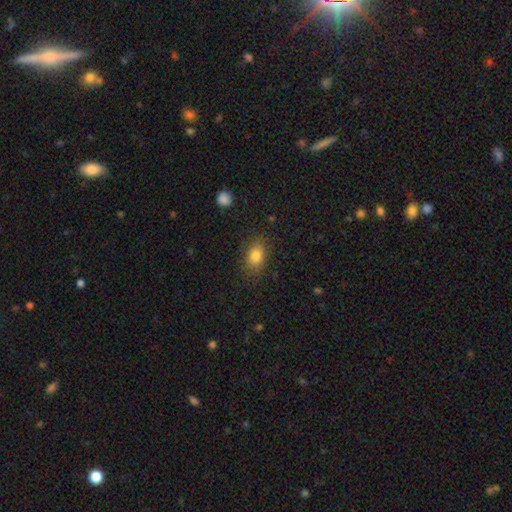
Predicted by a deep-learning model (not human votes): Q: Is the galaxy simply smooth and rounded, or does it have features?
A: smooth — 82%.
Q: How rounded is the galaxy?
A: in between — 75%.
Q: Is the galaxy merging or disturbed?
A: none — 81%.